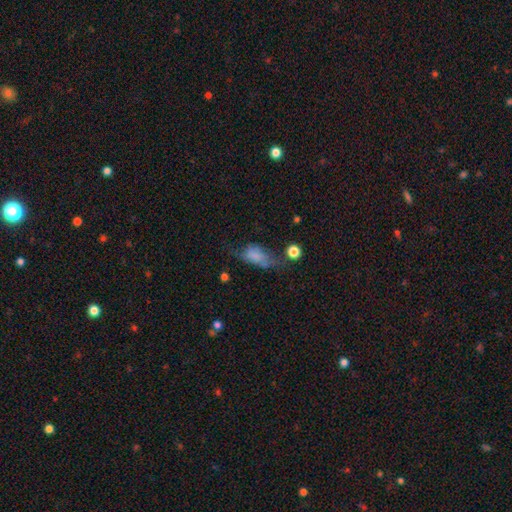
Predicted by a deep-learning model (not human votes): A smooth galaxy with no disk features (66%) that is in between round and cigar-shaped (84%). Merging: major disturbance (33%).